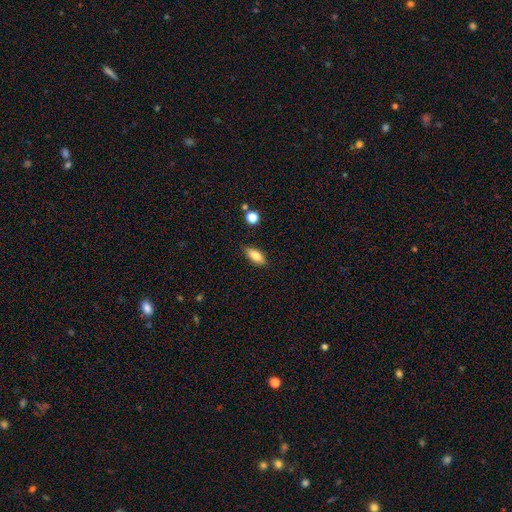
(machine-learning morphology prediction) type=smooth (81%); roundness=in between (81%); merging=none (84%).